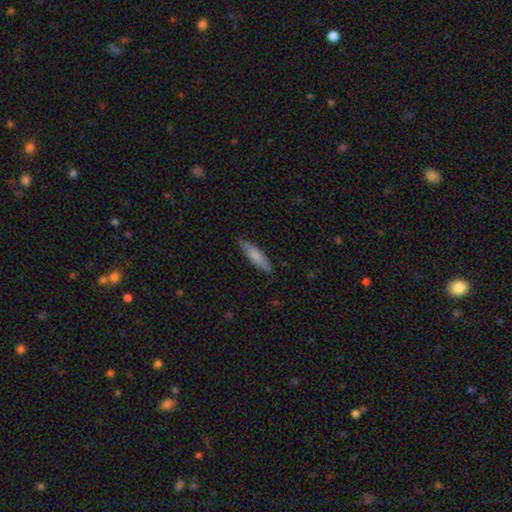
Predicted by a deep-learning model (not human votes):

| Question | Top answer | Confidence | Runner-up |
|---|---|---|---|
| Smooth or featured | smooth | 75% | featured or disk (20%) |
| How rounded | cigar-shaped | 70% | in between (28%) |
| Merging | none | 86% | minor disturbance (11%) |